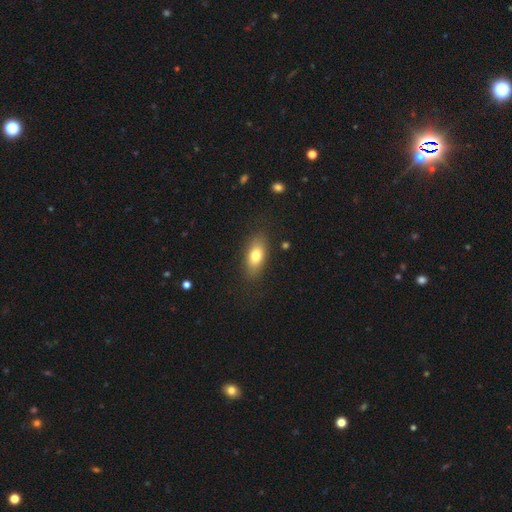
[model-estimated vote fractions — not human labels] Smooth or featured? smooth (75%)
How rounded? in between (83%)
Merging? none (83%)